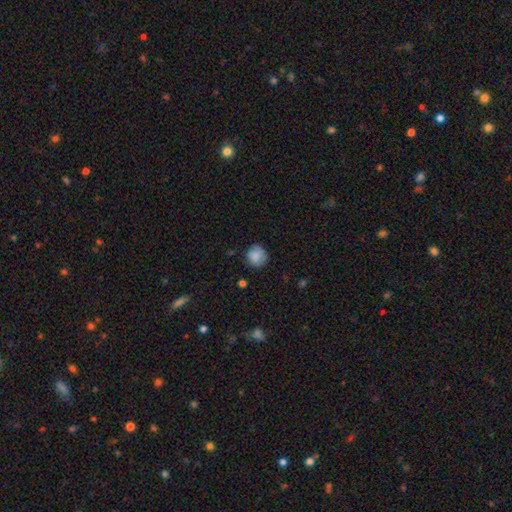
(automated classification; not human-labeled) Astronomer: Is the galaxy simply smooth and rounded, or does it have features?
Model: smooth — 81%.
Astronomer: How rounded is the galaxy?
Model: round — 88%.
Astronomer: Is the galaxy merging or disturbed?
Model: none — 73%.